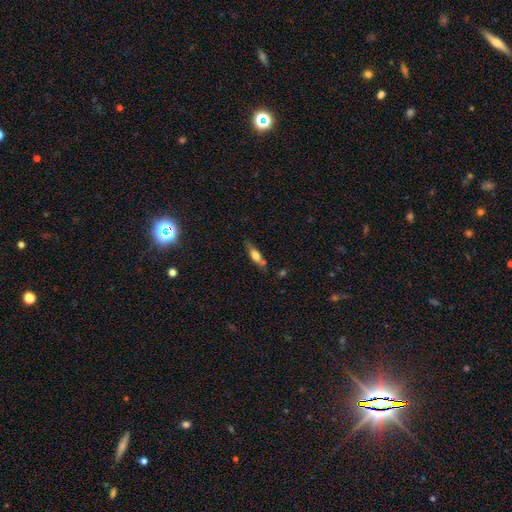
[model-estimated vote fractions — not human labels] A smooth galaxy with no disk features (57%) that is cigar-shaped (50%).

Vote fractions:
- Smooth or featured? smooth: 57% / featured or disk: 35% / star or artifact: 8%
- How rounded? cigar-shaped: 50% / in between: 47% / round: 3%
- Merging? none: 64% / minor disturbance: 20% / merger: 11% / major disturbance: 5%